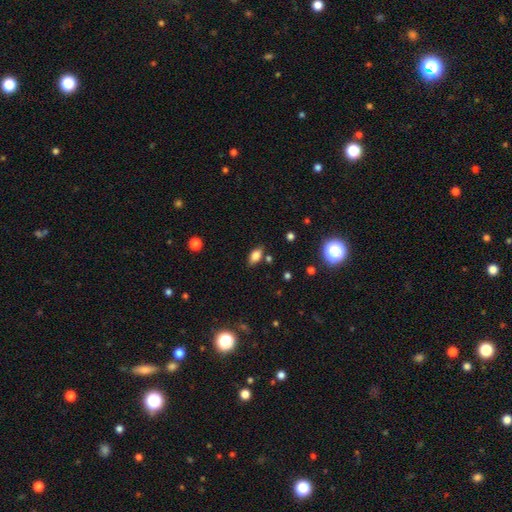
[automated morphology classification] A smooth galaxy with no disk features (79%) that is in between round and cigar-shaped (88%). Merging: none (79%).